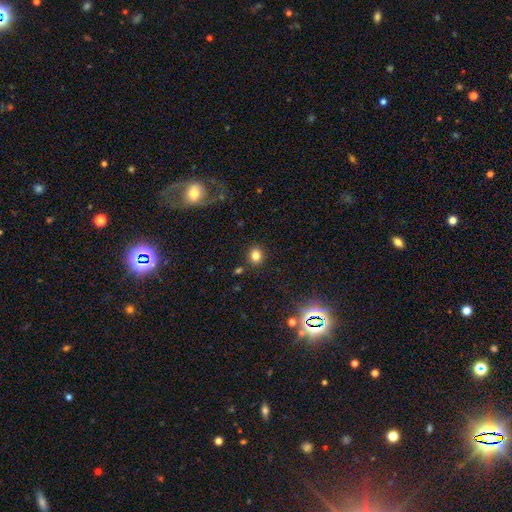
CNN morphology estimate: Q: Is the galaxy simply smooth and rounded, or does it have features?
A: smooth — 80%.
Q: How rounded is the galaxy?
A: round — 73%.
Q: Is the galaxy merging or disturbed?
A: none — 86%.